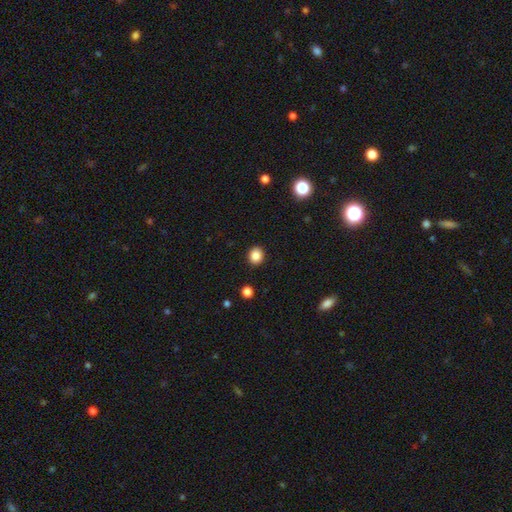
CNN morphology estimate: A smooth galaxy with no disk features (86%) that is round (72%).

Vote fractions:
- Smooth or featured? smooth: 86% / star or artifact: 10% / featured or disk: 4%
- How rounded? round: 72% / in between: 27% / cigar-shaped: 1%
- Merging? none: 91% / minor disturbance: 6% / major disturbance: 2% / merger: 1%